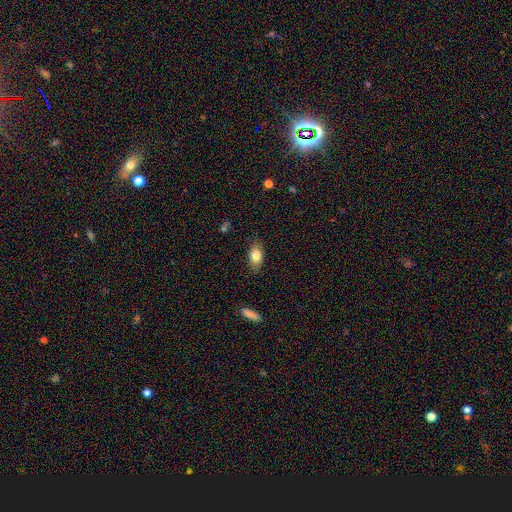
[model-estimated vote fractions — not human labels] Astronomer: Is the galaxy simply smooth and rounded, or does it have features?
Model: smooth — 81%.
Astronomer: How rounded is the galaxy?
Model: in between — 88%.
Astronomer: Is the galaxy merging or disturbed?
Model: none — 83%.